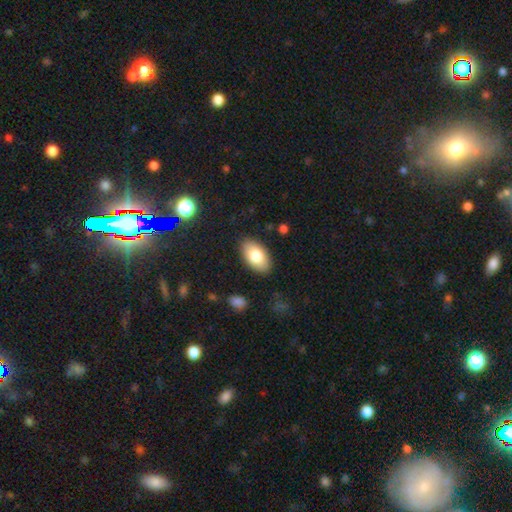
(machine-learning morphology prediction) smooth_or_featured: smooth (p=0.79) [alt: featured or disk p=0.14]
how_rounded: in between (p=0.94) [alt: round p=0.04]
merging: none (p=0.87) [alt: minor disturbance p=0.09]